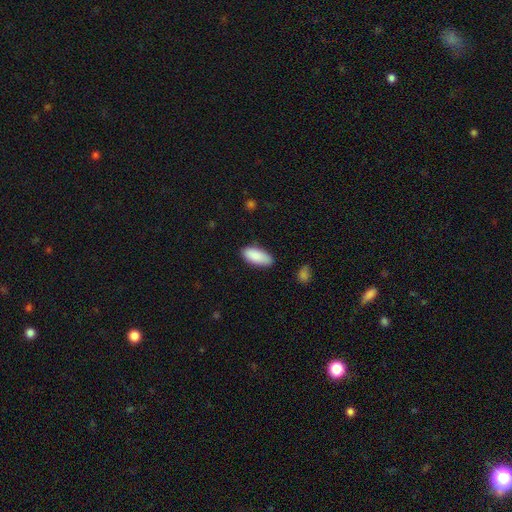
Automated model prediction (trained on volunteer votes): smooth 89%, star or artifact 6%, featured or disk 5%. Down the decision tree: how rounded — in between (88%); merging — none (80%).